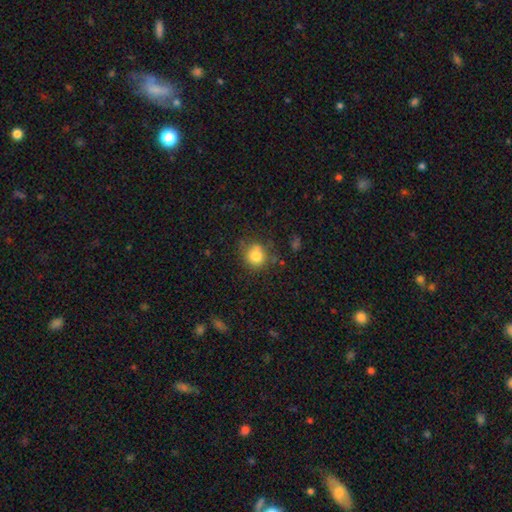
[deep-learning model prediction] Smooth or featured?
  - smooth: 82% *
  - star or artifact: 11%
  - featured or disk: 8%
How rounded?
  - round: 86% *
  - in between: 13%
  - cigar-shaped: 1%
Merging?
  - none: 72% *
  - minor disturbance: 17%
  - major disturbance: 6%
  - merger: 5%